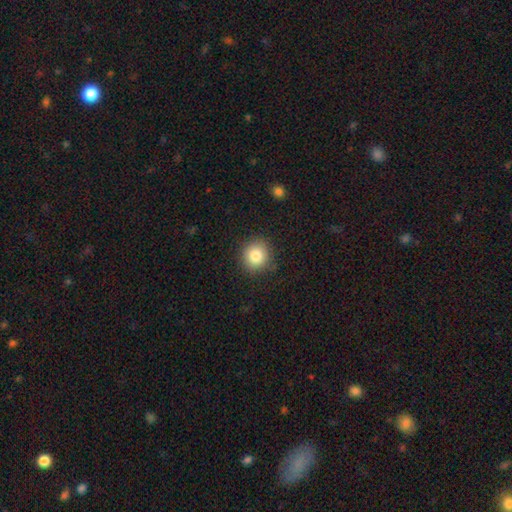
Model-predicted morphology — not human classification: Q: Smooth or featured?
A: smooth (83%); runner-up: star or artifact (10%)
Q: How rounded?
A: round (88%); runner-up: in between (11%)
Q: Merging?
A: none (88%); runner-up: minor disturbance (9%)